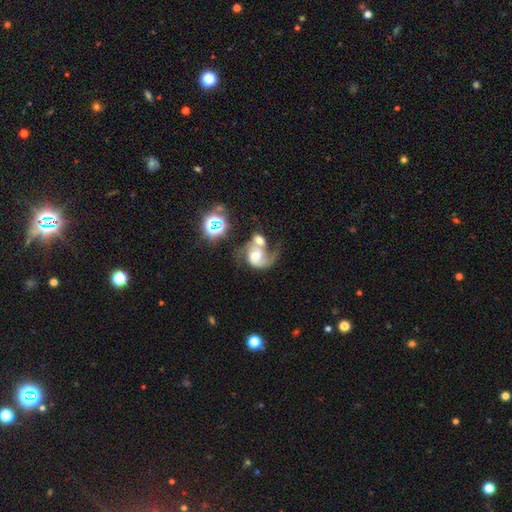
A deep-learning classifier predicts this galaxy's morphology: smooth_or_featured: featured or disk (p=0.68) [alt: smooth p=0.22]
disk_edge_on: no (p=0.97) [alt: yes p=0.03]
bar: no (p=0.67) [alt: weak p=0.26]
has_spiral_arms: yes (p=0.86) [alt: no p=0.14]
spiral_winding: loose (p=0.47) [alt: medium p=0.38]
spiral_arm_count: 1 (p=0.47) [alt: 2 p=0.43]
bulge_size: moderate (p=0.55) [alt: small p=0.19]
merging: merger (p=0.62) [alt: major disturbance p=0.17]